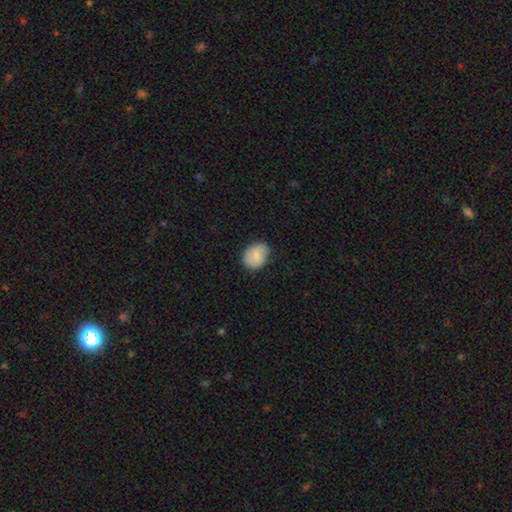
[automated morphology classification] Overall: smooth (80%). How rounded: in between (59%; round 40%). Merging: none (78%).